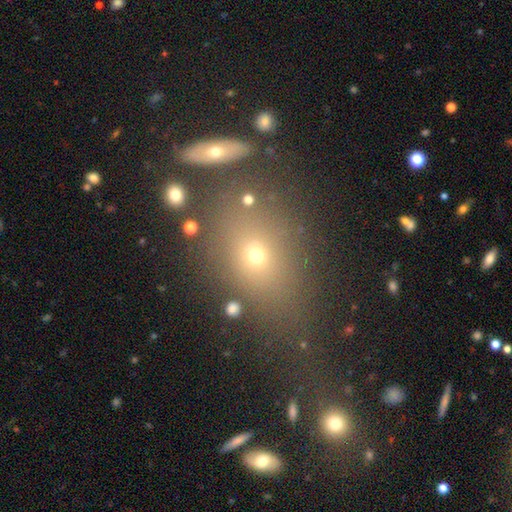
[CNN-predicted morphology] This appears to be a smooth galaxy with no disk features (58%) that is in between round and cigar-shaped (50%). Merging: none (65%).